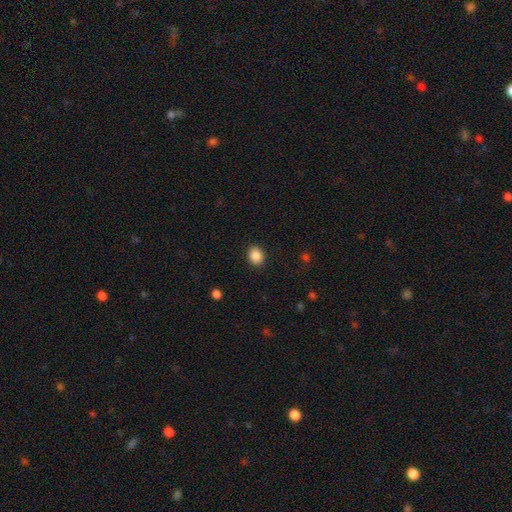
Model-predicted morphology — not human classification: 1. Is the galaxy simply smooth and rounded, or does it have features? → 88% smooth, 9% star or artifact, 4% featured or disk.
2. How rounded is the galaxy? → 55% round, 44% in between, 1% cigar-shaped.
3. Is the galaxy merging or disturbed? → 90% none, 7% minor disturbance, 2% major disturbance, 1% merger.